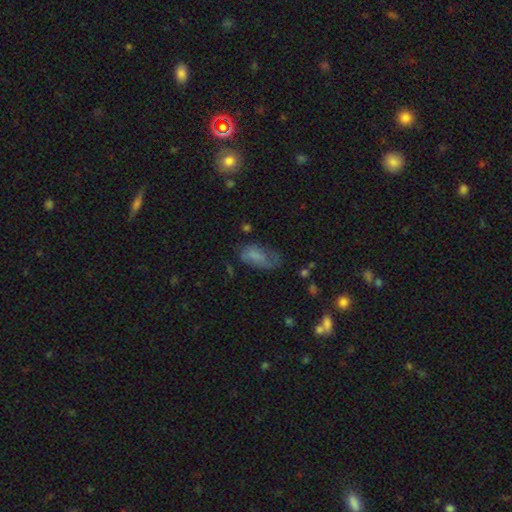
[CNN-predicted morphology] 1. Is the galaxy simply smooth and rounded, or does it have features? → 65% smooth, 24% featured or disk, 11% star or artifact.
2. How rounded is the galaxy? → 89% in between, 6% cigar-shaped, 4% round.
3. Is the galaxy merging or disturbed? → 44% none, 31% minor disturbance, 22% major disturbance, 3% merger.